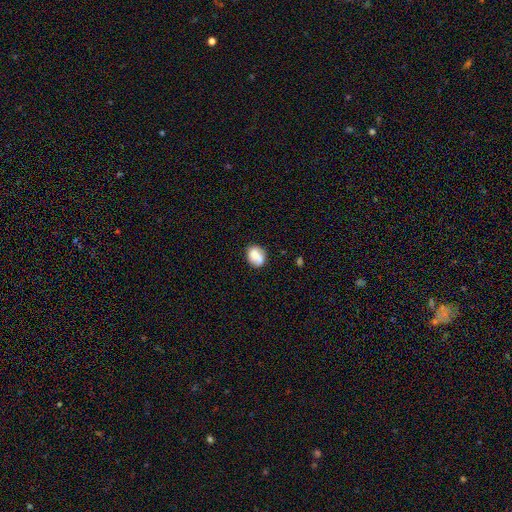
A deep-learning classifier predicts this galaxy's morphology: type=smooth (75%); roundness=round (51%); merging=none (61%).